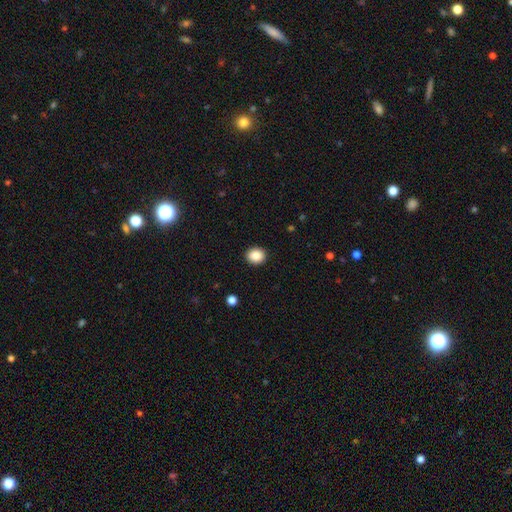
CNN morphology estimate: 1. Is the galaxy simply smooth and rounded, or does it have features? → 88% smooth, 9% star or artifact, 3% featured or disk.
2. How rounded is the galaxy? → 72% round, 27% in between, 1% cigar-shaped.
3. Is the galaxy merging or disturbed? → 91% none, 6% minor disturbance, 2% major disturbance, 1% merger.